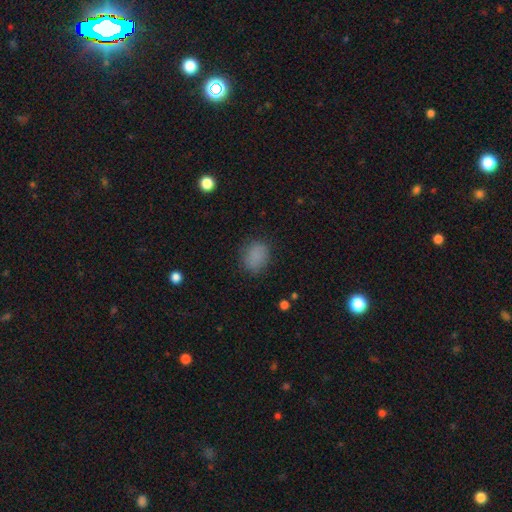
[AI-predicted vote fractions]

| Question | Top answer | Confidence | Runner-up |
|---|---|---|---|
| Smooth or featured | smooth | 83% | star or artifact (12%) |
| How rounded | round | 50% | in between (49%) |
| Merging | none | 80% | minor disturbance (14%) |